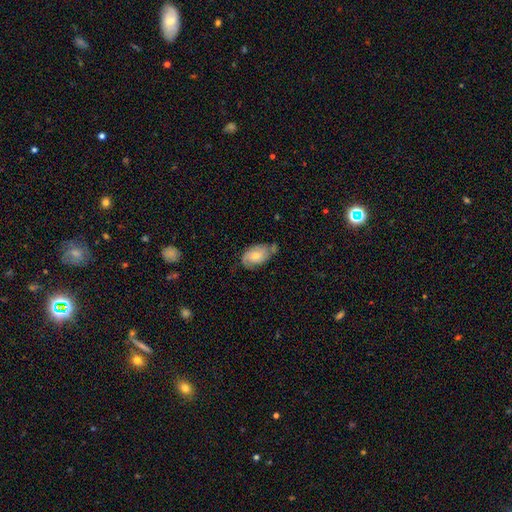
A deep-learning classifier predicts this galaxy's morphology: Smooth or featured? smooth (56%)
How rounded? in between (90%)
Merging? none (50%)